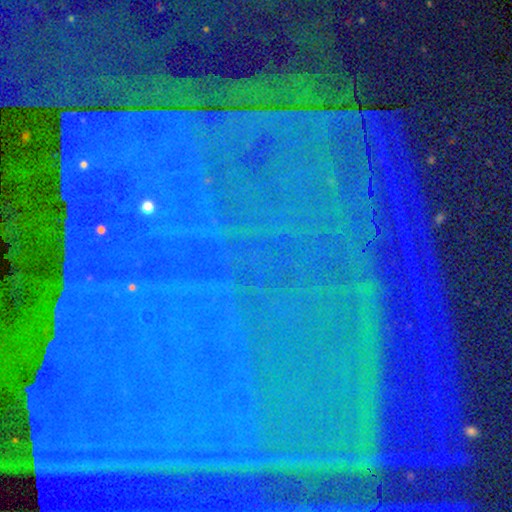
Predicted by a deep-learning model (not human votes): Q: Smooth or featured?
A: star or artifact (86%); runner-up: featured or disk (7%)